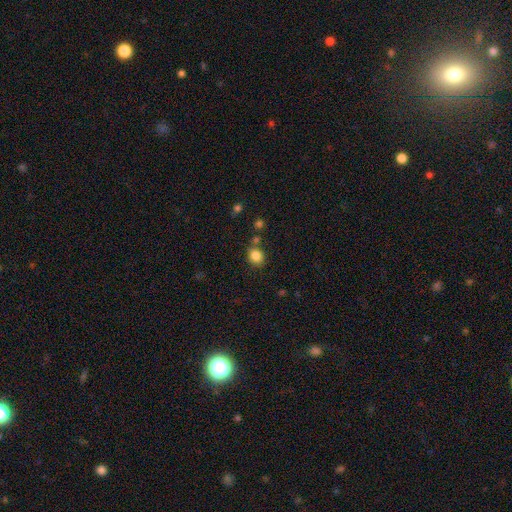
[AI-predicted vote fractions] This is clearly a smooth galaxy (84%). How rounded: likely round (64%). Merging: likely none (74%).